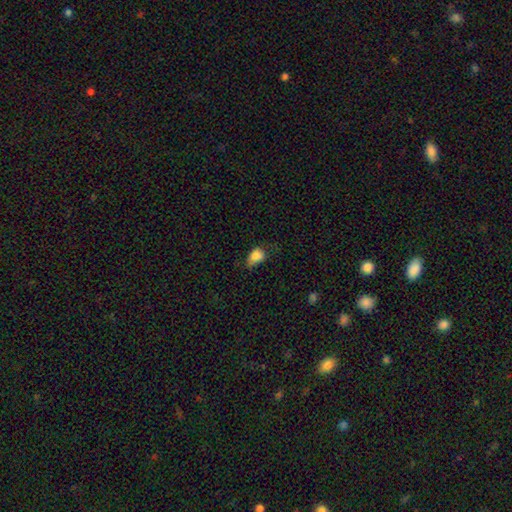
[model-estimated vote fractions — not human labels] This is clearly a smooth galaxy (82%). How rounded: likely in between (79%). Merging: marginally minor disturbance (41%).